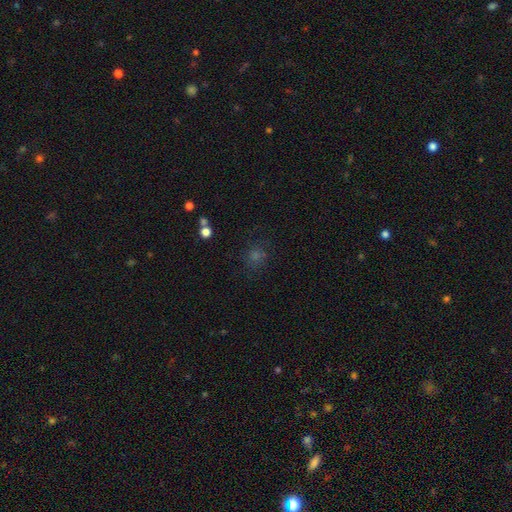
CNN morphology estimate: smooth-or-featured: smooth: 51% | star or artifact: 38% | featured or disk: 10%
  how-rounded: round: 84% | in between: 15% | cigar-shaped: 1%
  merging: none: 82% | minor disturbance: 11% | major disturbance: 5% | merger: 2%